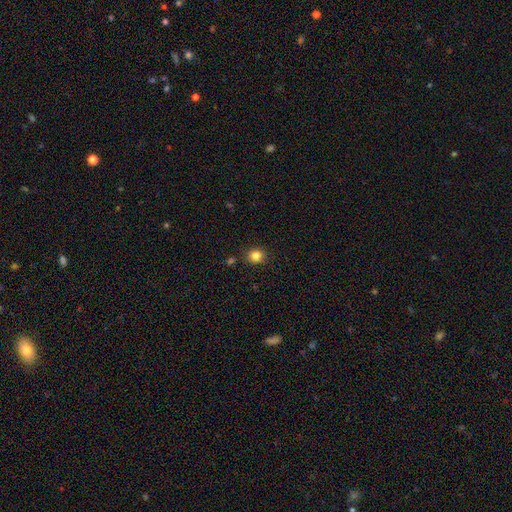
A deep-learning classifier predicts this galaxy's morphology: Smooth or featured: smooth — 83% (star or artifact — 12%)
How rounded: round — 78% (in between — 21%)
Merging: none — 88% (minor disturbance — 8%)